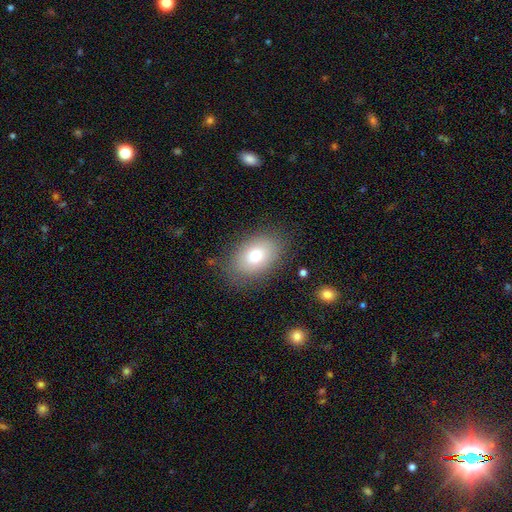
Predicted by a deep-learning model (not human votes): smooth 73%, featured or disk 16%, star or artifact 10%. Down the decision tree: how rounded — in between (81%); merging — none (82%).